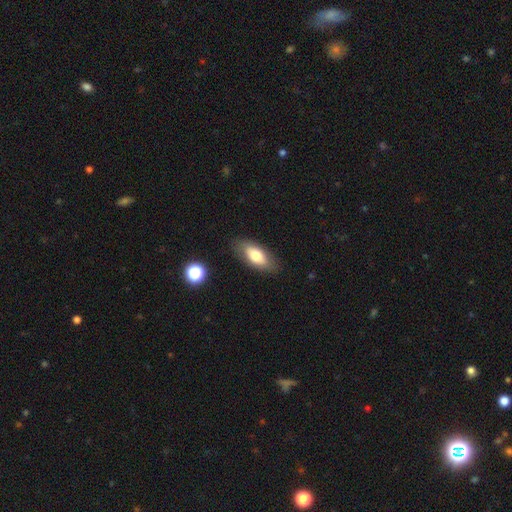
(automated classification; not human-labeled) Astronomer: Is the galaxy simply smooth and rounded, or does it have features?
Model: smooth — 71%.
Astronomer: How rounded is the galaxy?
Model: in between — 84%.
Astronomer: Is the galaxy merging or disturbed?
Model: none — 83%.